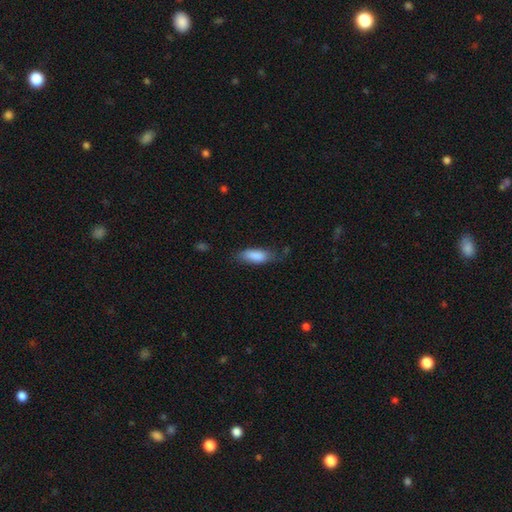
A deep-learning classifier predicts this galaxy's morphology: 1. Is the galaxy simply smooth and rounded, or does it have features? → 86% smooth, 8% featured or disk, 6% star or artifact.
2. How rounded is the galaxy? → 75% in between, 23% cigar-shaped, 2% round.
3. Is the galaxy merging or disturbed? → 65% none, 27% minor disturbance, 7% major disturbance, 2% merger.